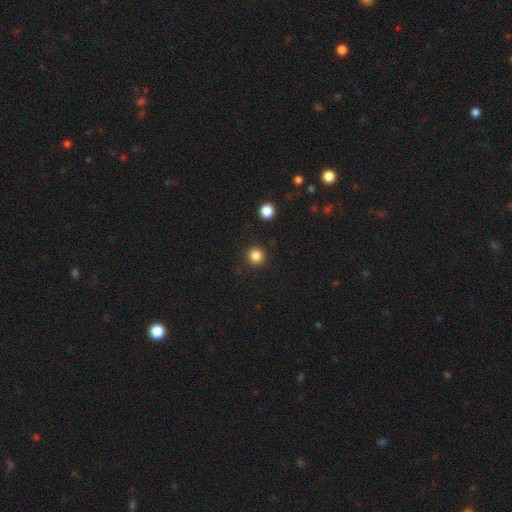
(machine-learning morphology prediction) This appears to be a smooth galaxy with no disk features (85%) that is round (95%). Merging: none (92%).